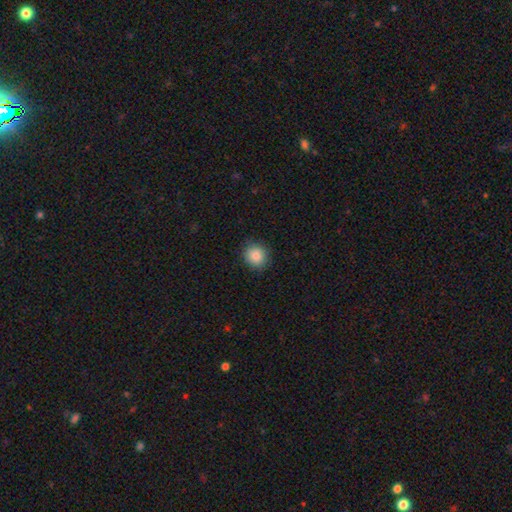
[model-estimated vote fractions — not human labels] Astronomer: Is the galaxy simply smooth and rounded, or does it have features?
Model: smooth — 86%.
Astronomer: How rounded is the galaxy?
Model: round — 86%.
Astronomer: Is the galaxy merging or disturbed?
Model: none — 88%.